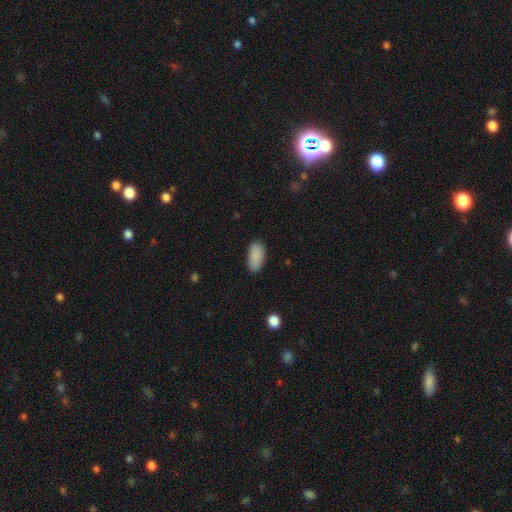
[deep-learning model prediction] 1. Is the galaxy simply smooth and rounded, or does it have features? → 89% smooth, 7% star or artifact, 4% featured or disk.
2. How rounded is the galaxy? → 91% in between, 7% cigar-shaped, 2% round.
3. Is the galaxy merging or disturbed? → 85% none, 11% minor disturbance, 2% major disturbance, 1% merger.